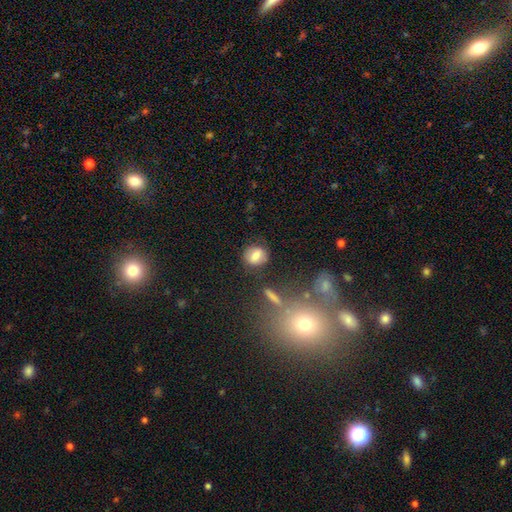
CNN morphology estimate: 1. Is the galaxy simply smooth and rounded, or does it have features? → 76% smooth, 14% featured or disk, 10% star or artifact.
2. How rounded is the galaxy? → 62% round, 35% in between, 2% cigar-shaped.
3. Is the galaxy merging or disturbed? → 78% none, 13% minor disturbance, 4% merger, 4% major disturbance.